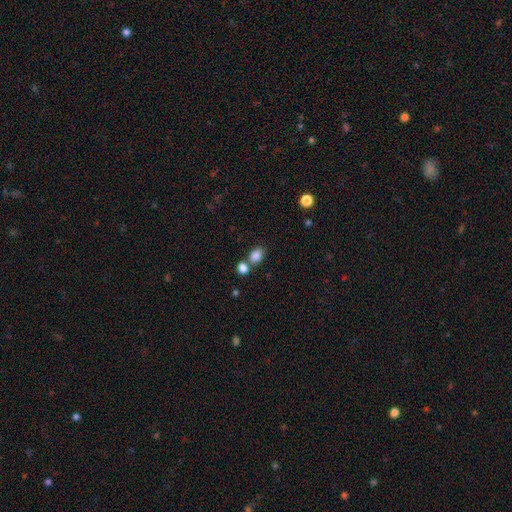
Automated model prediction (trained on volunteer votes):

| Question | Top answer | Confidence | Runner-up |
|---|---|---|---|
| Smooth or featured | smooth | 85% | star or artifact (10%) |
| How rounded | in between | 70% | round (29%) |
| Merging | none | 54% | merger (33%) |